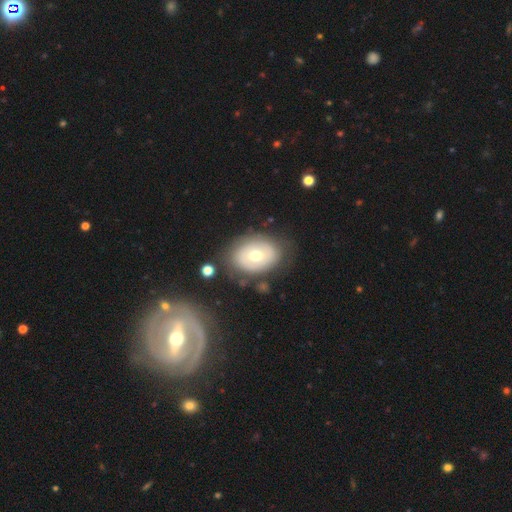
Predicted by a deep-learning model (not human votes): Morphology: type=smooth (48%); merging=none (75%).